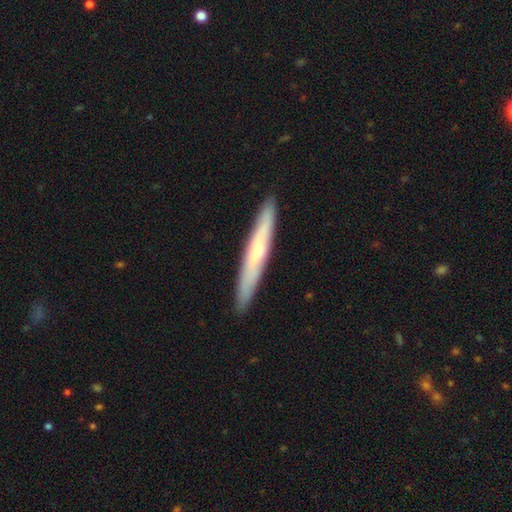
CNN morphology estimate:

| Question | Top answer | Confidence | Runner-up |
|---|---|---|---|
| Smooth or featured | featured or disk | 52% | smooth (42%) |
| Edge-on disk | yes | 90% | no (10%) |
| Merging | none | 91% | minor disturbance (7%) |